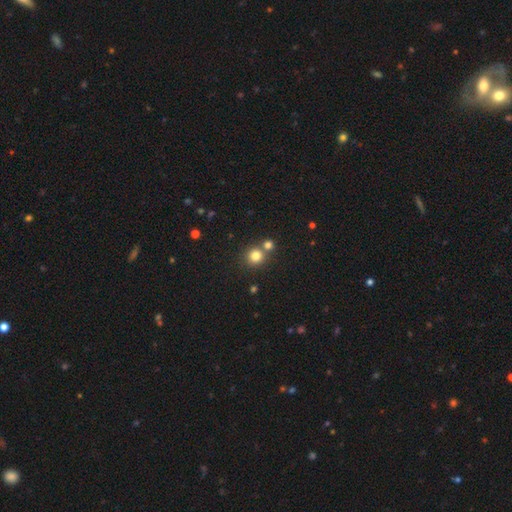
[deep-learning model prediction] smooth 80%, star or artifact 14%, featured or disk 6%. Down the decision tree: how rounded — round (90%); merging — none (65%).